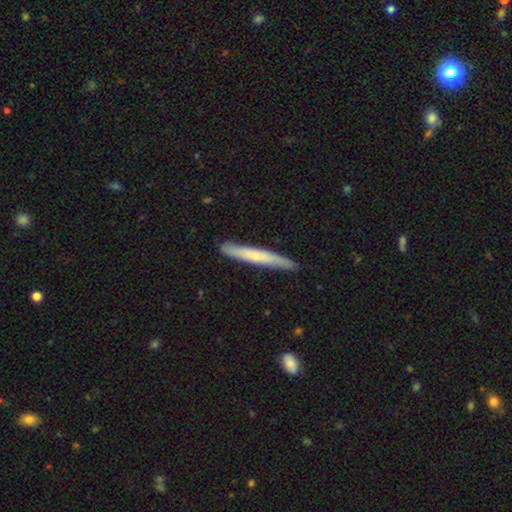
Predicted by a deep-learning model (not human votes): Overall: smooth (55%; featured or disk 40%). How rounded: cigar-shaped (96%). Merging: none (88%).